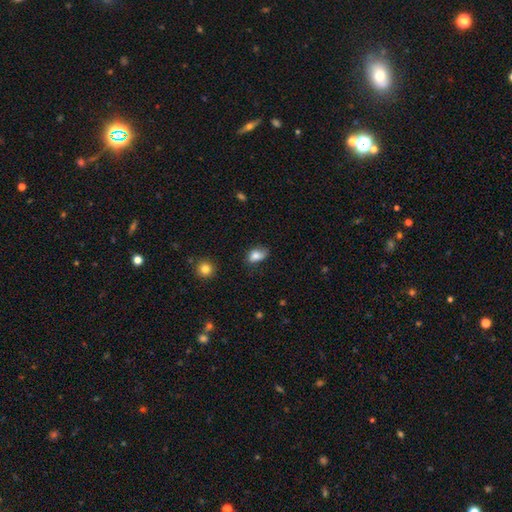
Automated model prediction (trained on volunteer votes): Smooth or featured: smooth — 81% (featured or disk — 10%)
How rounded: in between — 82% (round — 16%)
Merging: none — 56% (minor disturbance — 33%)